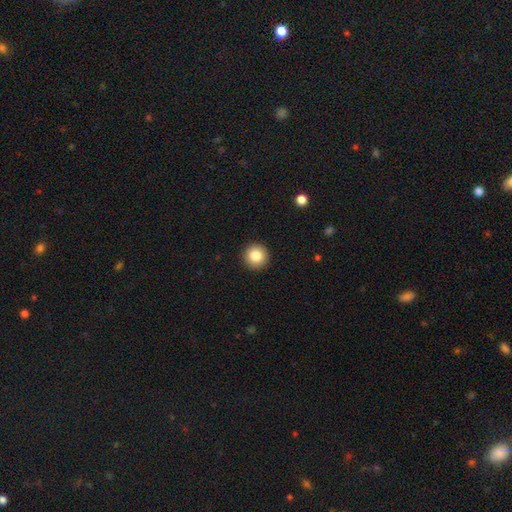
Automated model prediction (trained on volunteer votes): This is clearly a smooth galaxy (83%). How rounded: clearly round (95%). Merging: clearly none (93%).